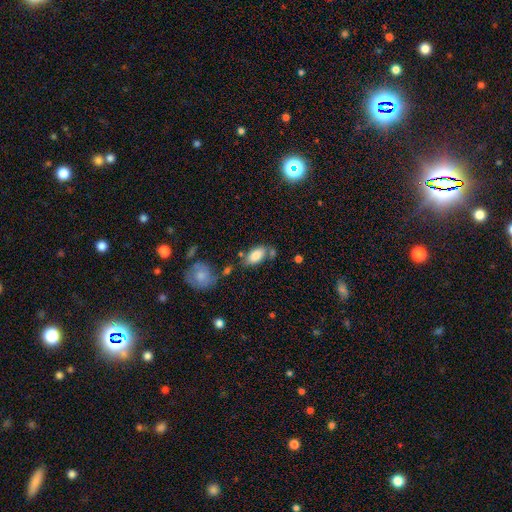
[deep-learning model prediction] The model was most divided on "merging": none: 63%, minor disturbance: 18%, merger: 13%, major disturbance: 5%. More confident: how rounded — in between (92%); smooth or featured — smooth (82%).